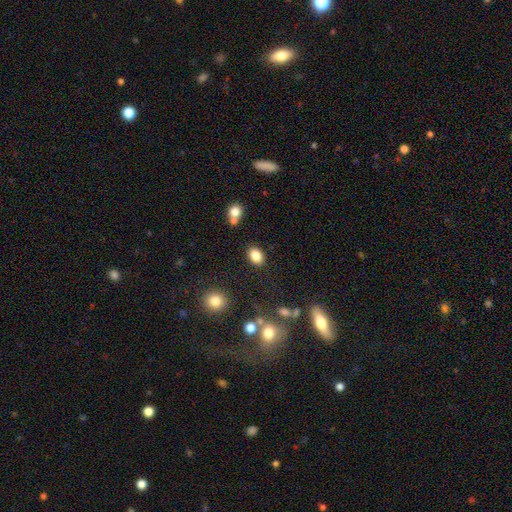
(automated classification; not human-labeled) The model was most divided on "how rounded": in between: 77%, round: 22%, cigar-shaped: 1%. More confident: smooth or featured — smooth (84%); merging — none (84%).